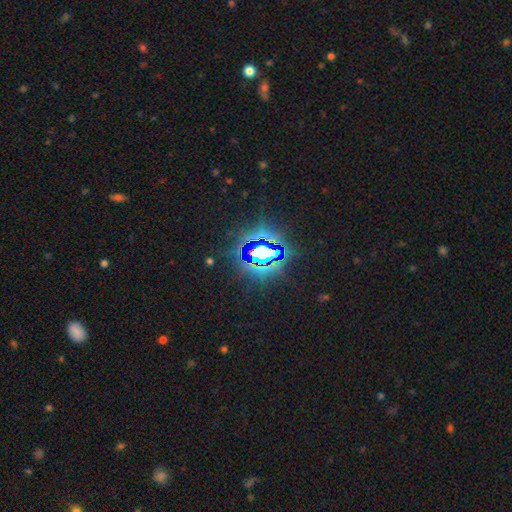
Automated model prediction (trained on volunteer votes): A star or artifact, not a galaxy (81%).